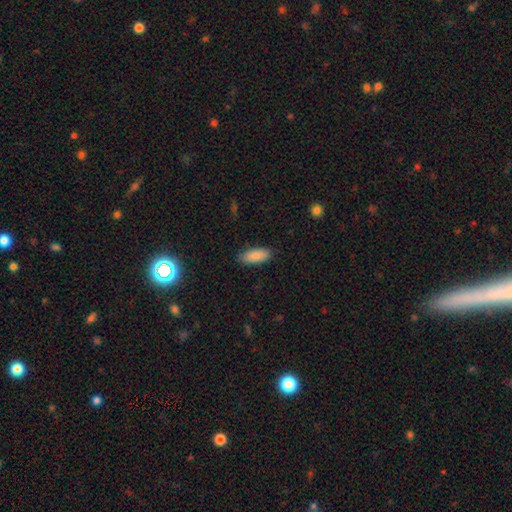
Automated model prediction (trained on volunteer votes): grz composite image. It shows a smooth galaxy with no disk features (87%) that is in between round and cigar-shaped (80%). Merging: none (85%).